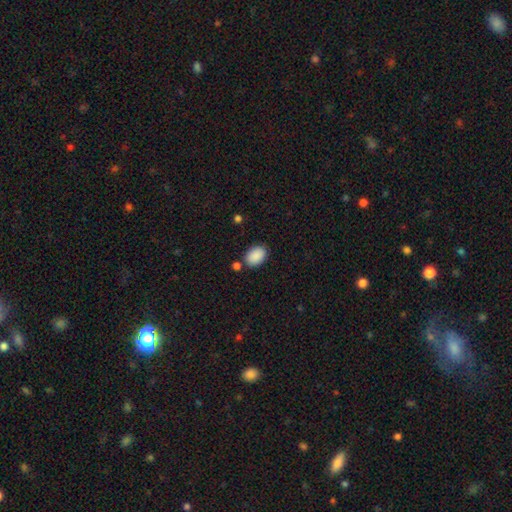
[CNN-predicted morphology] smooth_or_featured: smooth (p=0.90) [alt: star or artifact p=0.07]
how_rounded: in between (p=0.87) [alt: round p=0.12]
merging: none (p=0.79) [alt: minor disturbance p=0.12]